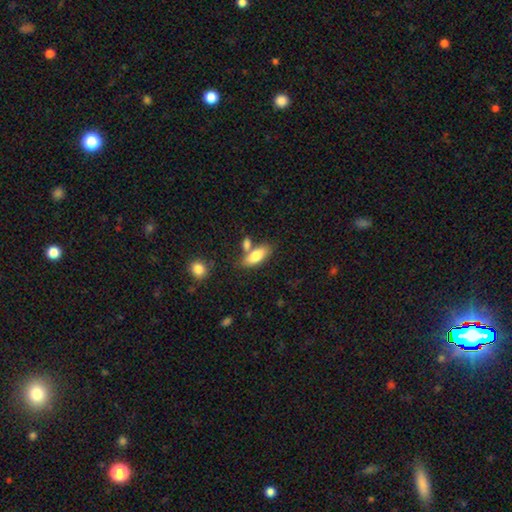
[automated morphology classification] type=smooth (81%); roundness=in between (79%); merging=none (59%).